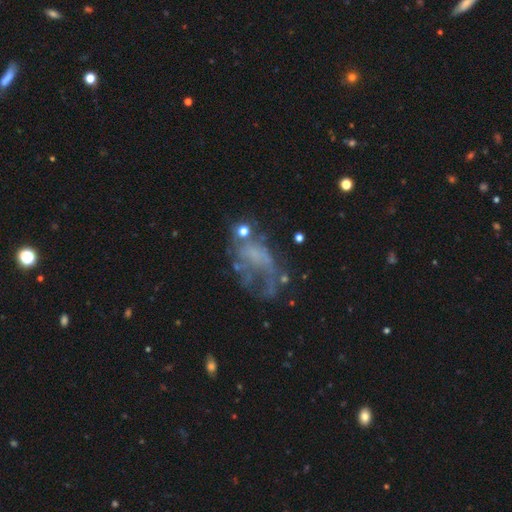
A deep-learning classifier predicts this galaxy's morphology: featured or disk 57%, smooth 23%, star or artifact 20%. Down the decision tree: edge-on disk — no (97%); bar — no (86%); spiral arms — no (74%); bulge size — none (75%); merging — major disturbance (41%).